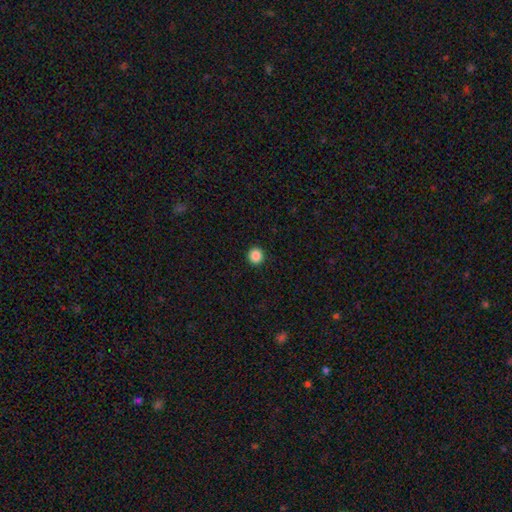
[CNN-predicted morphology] type=smooth (87%); roundness=round (95%); merging=none (93%).